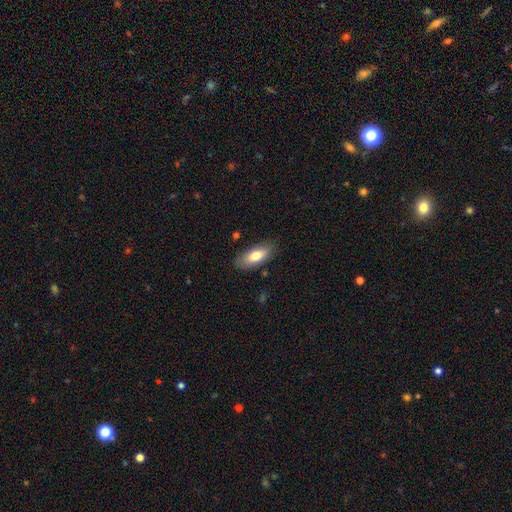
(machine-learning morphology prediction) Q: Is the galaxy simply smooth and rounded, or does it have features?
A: smooth — 75%.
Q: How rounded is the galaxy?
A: in between — 82%.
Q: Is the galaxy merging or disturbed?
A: none — 82%.